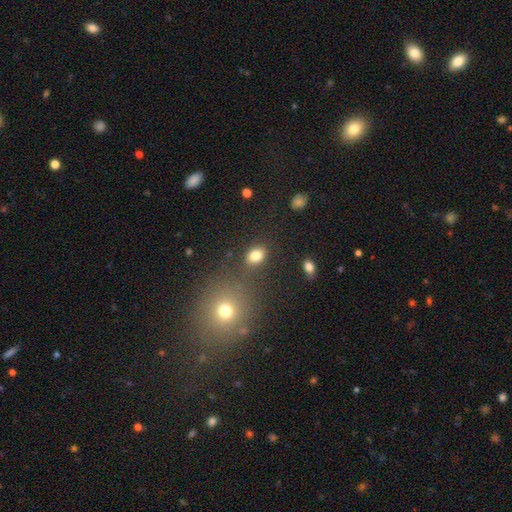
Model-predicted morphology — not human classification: smooth_or_featured: smooth (p=0.82) [alt: star or artifact p=0.11]
how_rounded: in between (p=0.68) [alt: round p=0.31]
merging: none (p=0.80) [alt: minor disturbance p=0.11]